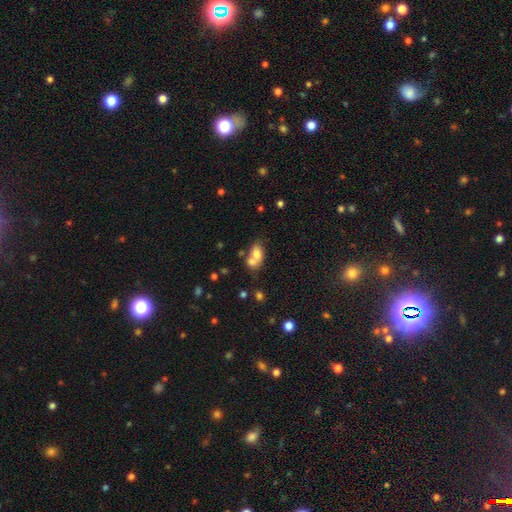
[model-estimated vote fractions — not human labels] A smooth galaxy with no disk features (72%) that is in between round and cigar-shaped (76%). Merging: merger (60%).